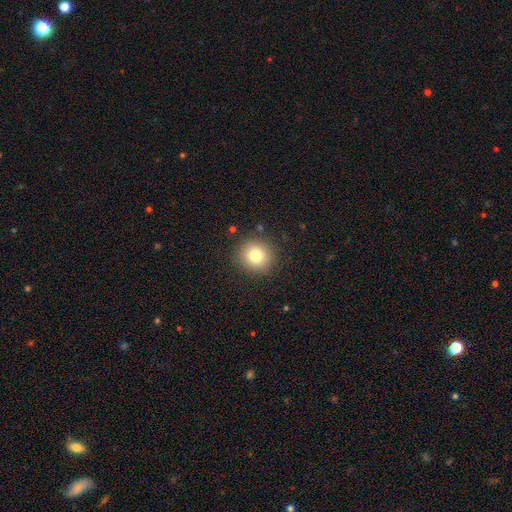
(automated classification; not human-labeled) A smooth galaxy with no disk features (79%) that is round (90%). Merging: none (88%).